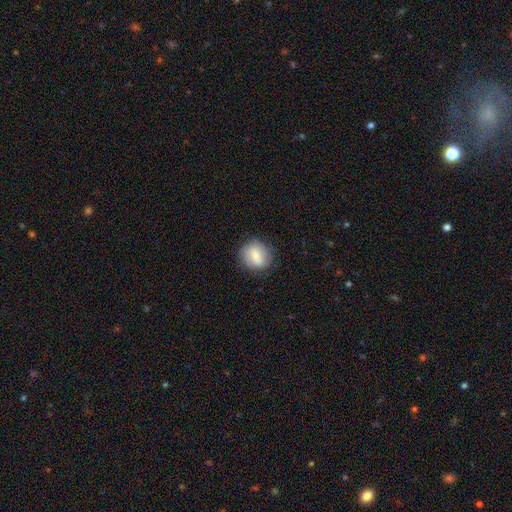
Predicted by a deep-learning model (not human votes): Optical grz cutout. It shows a smooth galaxy with no disk features (62%) that is round (77%). Merging: none (80%).